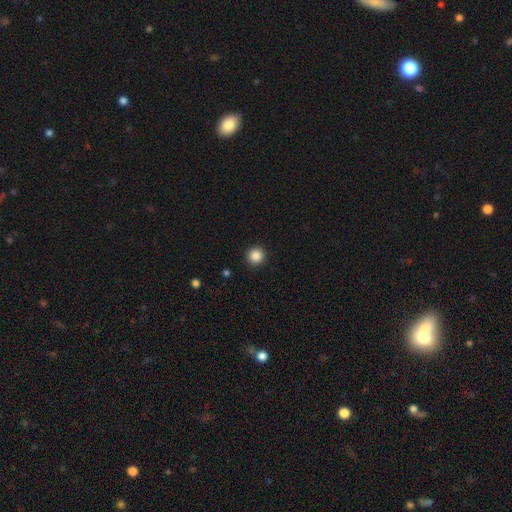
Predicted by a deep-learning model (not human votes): smooth 86%, star or artifact 10%, featured or disk 3%. Down the decision tree: how rounded — round (95%); merging — none (93%).